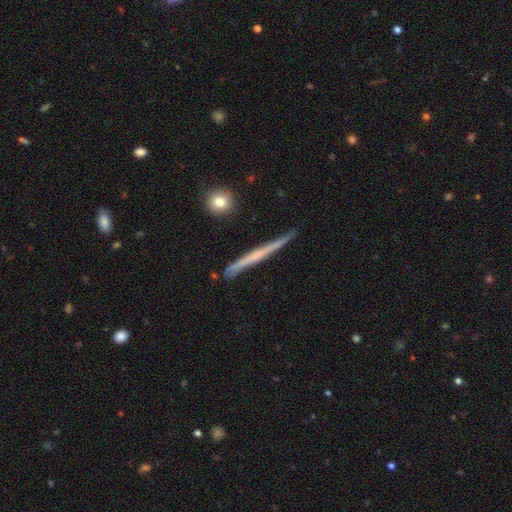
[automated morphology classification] A featured or disk galaxy (60%) viewed edge-on (97%) with no central bulge (78%). Merging: none (84%).